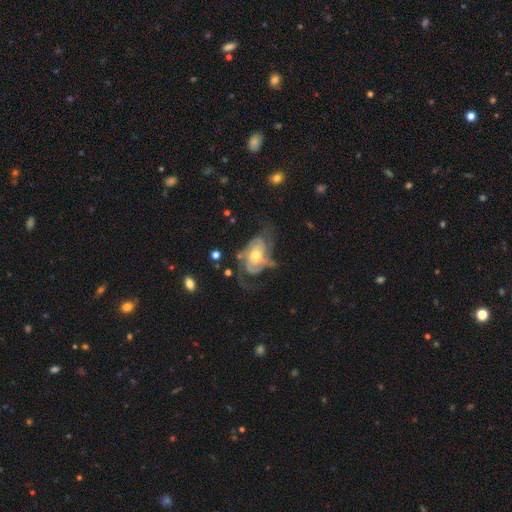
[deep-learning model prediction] smooth_or_featured: featured or disk (p=0.83) [alt: smooth p=0.12]
disk_edge_on: no (p=0.96) [alt: yes p=0.04]
bar: no (p=0.73) [alt: weak p=0.22]
has_spiral_arms: yes (p=0.91) [alt: no p=0.09]
spiral_winding: medium (p=0.40) [tied with: tight p=0.40]
spiral_arm_count: 2 (p=0.29) [tied with: 3 p=0.29]
bulge_size: moderate (p=0.64) [alt: small p=0.28]
merging: none (p=0.43) [alt: major disturbance p=0.31]